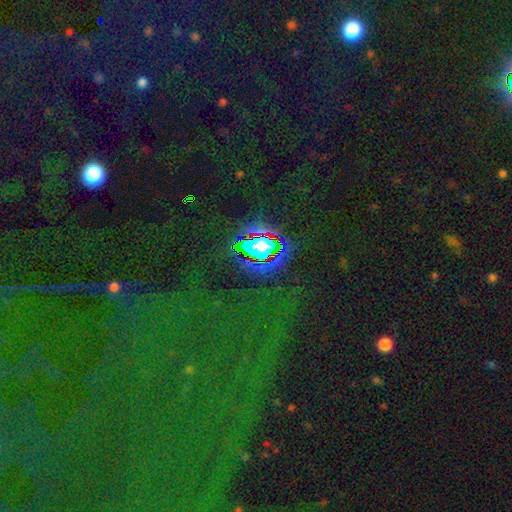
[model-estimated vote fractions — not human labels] star or artifact 86%, smooth 8%, featured or disk 6%.